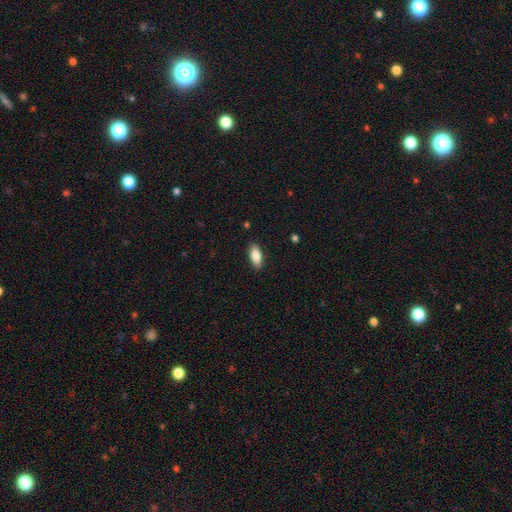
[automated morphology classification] This is clearly a smooth galaxy (84%). How rounded: likely in between (80%). Merging: clearly none (88%).